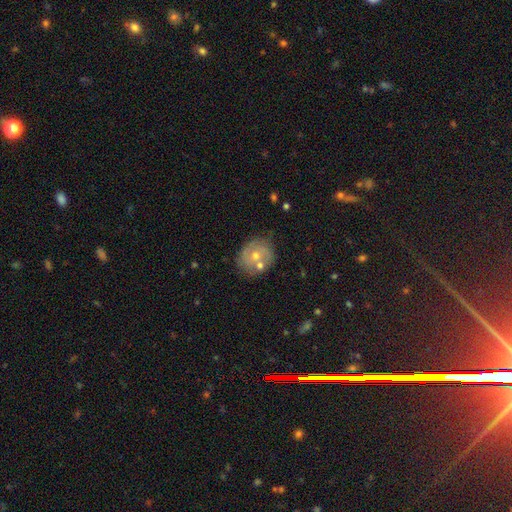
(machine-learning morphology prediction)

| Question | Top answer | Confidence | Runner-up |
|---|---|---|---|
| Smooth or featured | featured or disk | 50% | smooth (39%) |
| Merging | none | 64% | minor disturbance (16%) |